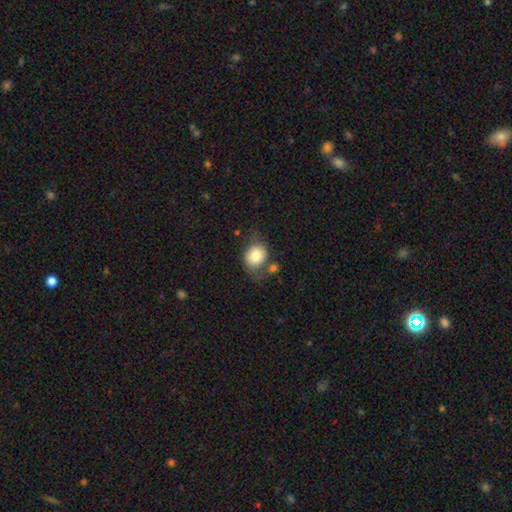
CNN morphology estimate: smooth_or_featured: smooth (p=0.79) [alt: featured or disk p=0.14]
how_rounded: round (p=0.58) [alt: in between p=0.41]
merging: none (p=0.52) [alt: minor disturbance p=0.23]